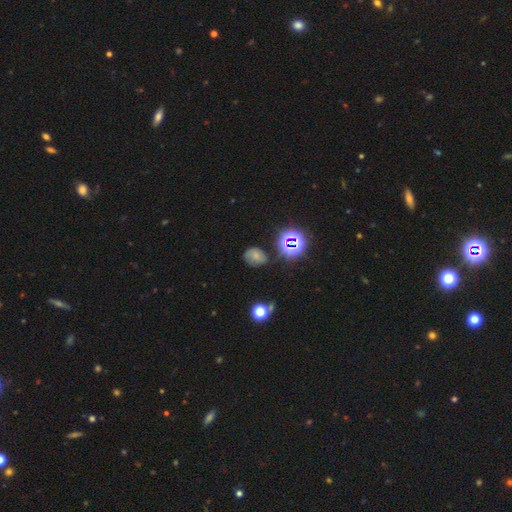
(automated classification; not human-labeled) Q: Smooth or featured?
A: smooth (51%); runner-up: featured or disk (26%)
Q: How rounded?
A: in between (54%); runner-up: round (45%)
Q: Merging?
A: none (60%); runner-up: minor disturbance (27%)